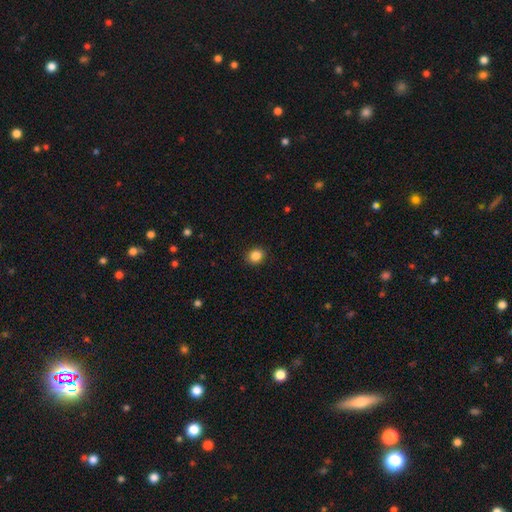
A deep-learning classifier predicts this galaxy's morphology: Smooth or featured? Predicted: smooth (p=0.86). How rounded? Predicted: round (p=0.76). Merging? Predicted: none (p=0.90).